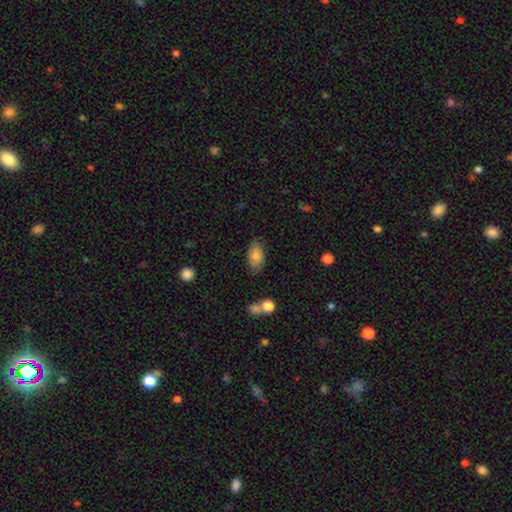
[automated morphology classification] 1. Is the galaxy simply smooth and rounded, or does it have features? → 80% smooth, 12% featured or disk, 7% star or artifact.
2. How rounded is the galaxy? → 92% in between, 5% round, 3% cigar-shaped.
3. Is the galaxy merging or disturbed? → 76% none, 17% minor disturbance, 4% major disturbance, 2% merger.